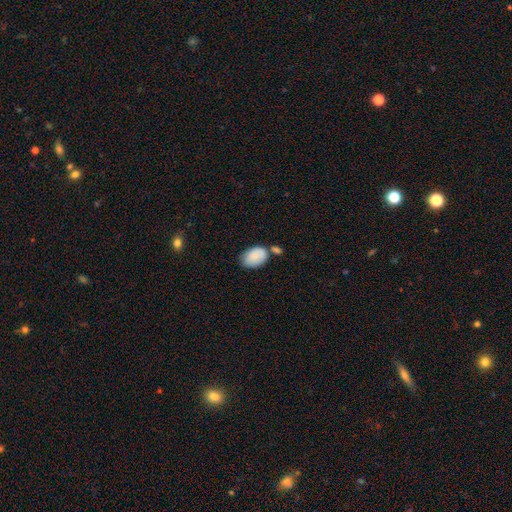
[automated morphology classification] Q: Smooth or featured?
A: smooth (83%); runner-up: featured or disk (10%)
Q: How rounded?
A: in between (89%); runner-up: round (10%)
Q: Merging?
A: none (50%); runner-up: minor disturbance (24%)